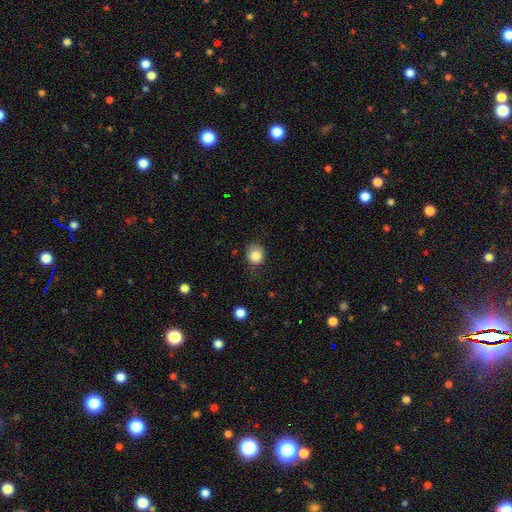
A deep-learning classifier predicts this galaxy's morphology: Q: Smooth or featured?
A: smooth (84%); runner-up: star or artifact (10%)
Q: How rounded?
A: round (74%); runner-up: in between (25%)
Q: Merging?
A: none (63%); runner-up: minor disturbance (28%)